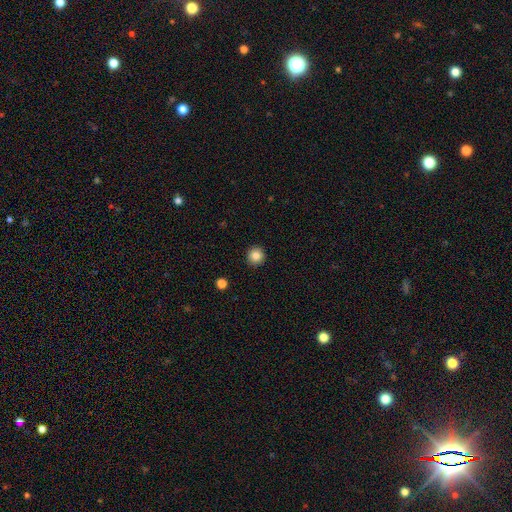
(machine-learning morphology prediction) smooth 84%, star or artifact 10%, featured or disk 6%. Down the decision tree: how rounded — round (95%); merging — none (93%).